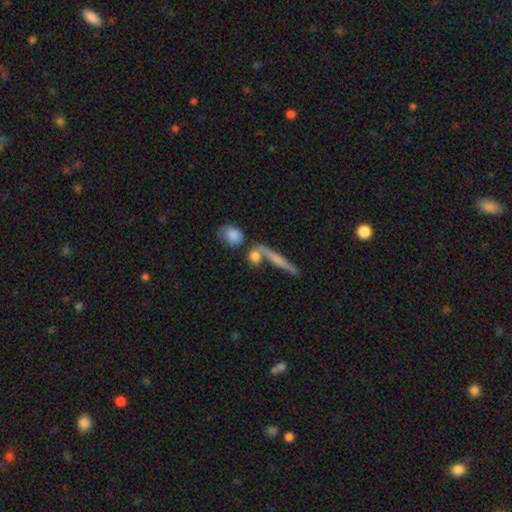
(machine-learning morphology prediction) smooth_or_featured: smooth (p=0.68) [alt: featured or disk p=0.23]
how_rounded: cigar-shaped (p=0.35) [alt: round p=0.33]
merging: none (p=0.56) [alt: merger p=0.25]